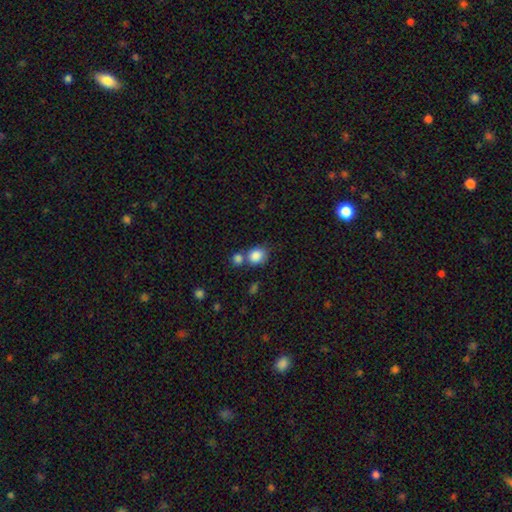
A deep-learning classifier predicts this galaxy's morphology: Overall: smooth (86%). How rounded: round (63%; in between 36%). Merging: none (49%; merger 34%).